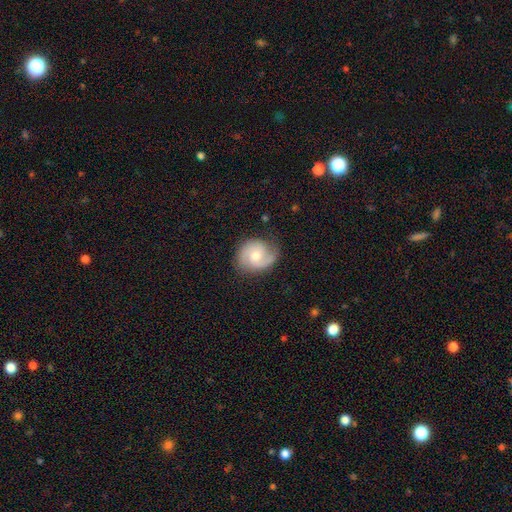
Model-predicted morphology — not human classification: smooth-or-featured: featured or disk: 69% | smooth: 24% | star or artifact: 6%
  disk-edge-on: no: 97% | yes: 3%
    bar: no: 64% | weak: 31% | strong: 5%
    has-spiral-arms: yes: 93% | no: 7%
      spiral-winding: medium: 47% | tight: 34% | loose: 20%
      spiral-arm-count: 2: 78% | 1: 8% | can't tell: 8% | 3: 3% | 4: 1% | more than 4: 1%
    bulge-size: moderate: 63% | small: 31% | large: 4% | none: 1% | dominant: 1%
  merging: none: 73% | minor disturbance: 19% | major disturbance: 6% | merger: 1%